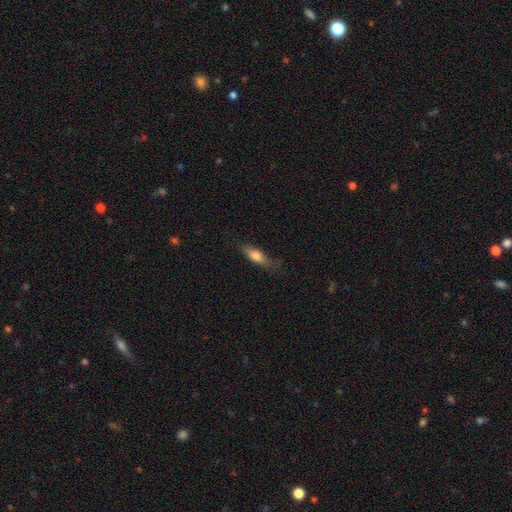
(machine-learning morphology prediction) Smooth or featured: smooth — 71% (featured or disk — 22%)
How rounded: in between — 51% (cigar-shaped — 46%)
Merging: none — 65% (minor disturbance — 25%)